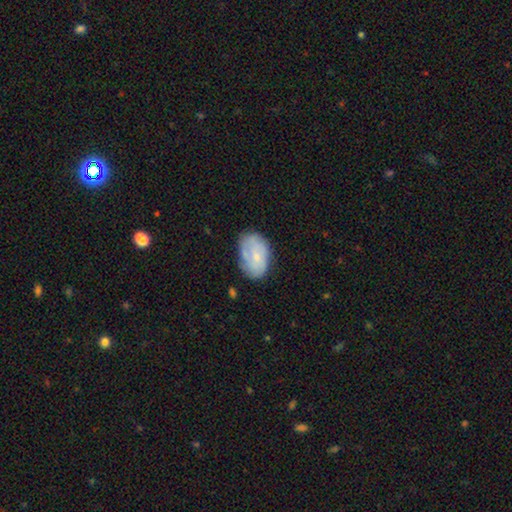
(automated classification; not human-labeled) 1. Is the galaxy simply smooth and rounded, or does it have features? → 50% smooth, 42% featured or disk, 7% star or artifact.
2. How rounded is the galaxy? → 86% in between, 13% round, 1% cigar-shaped.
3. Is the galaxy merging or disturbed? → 64% none, 27% minor disturbance, 8% major disturbance, 2% merger.